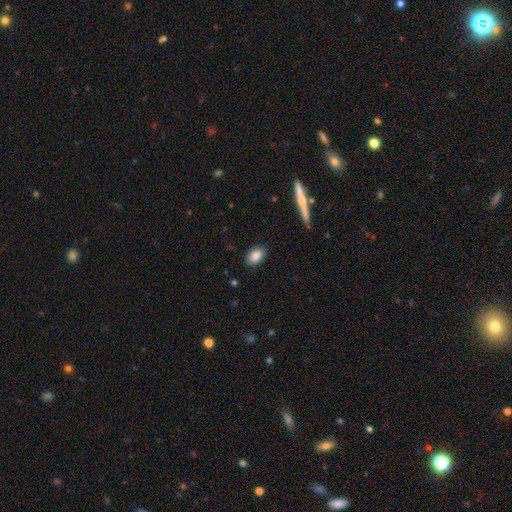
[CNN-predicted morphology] smooth 86%, star or artifact 7%, featured or disk 6%. Down the decision tree: how rounded — in between (87%); merging — none (86%).